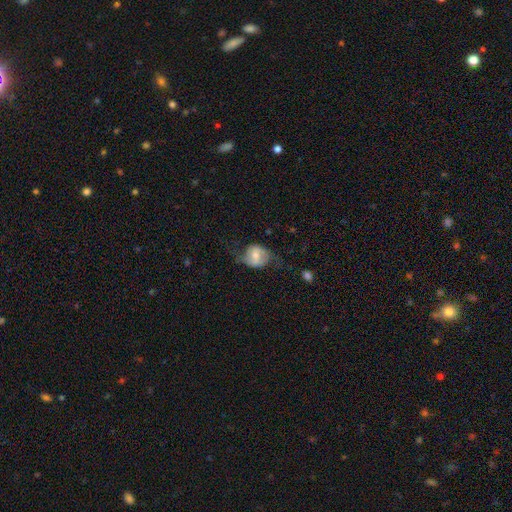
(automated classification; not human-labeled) Overall: smooth (51%; featured or disk 41%). How rounded: round (60%; in between 39%). Merging: none (53%; minor disturbance 27%).